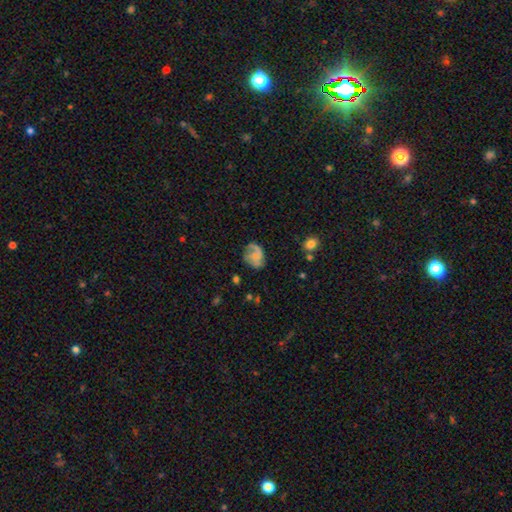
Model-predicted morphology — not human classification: The model was most divided on "smooth or featured": featured or disk: 50%, smooth: 40%, star or artifact: 10%. Remaining: merging — none (50%).